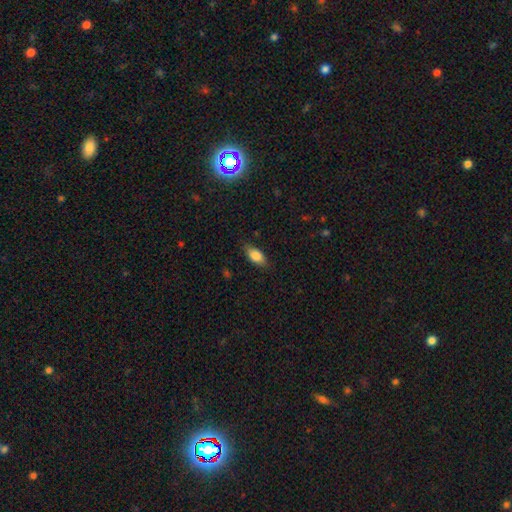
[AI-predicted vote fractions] smooth-or-featured: smooth: 81% | featured or disk: 12% | star or artifact: 7%
  how-rounded: in between: 86% | cigar-shaped: 10% | round: 4%
  merging: none: 83% | minor disturbance: 14% | major disturbance: 3% | merger: 1%